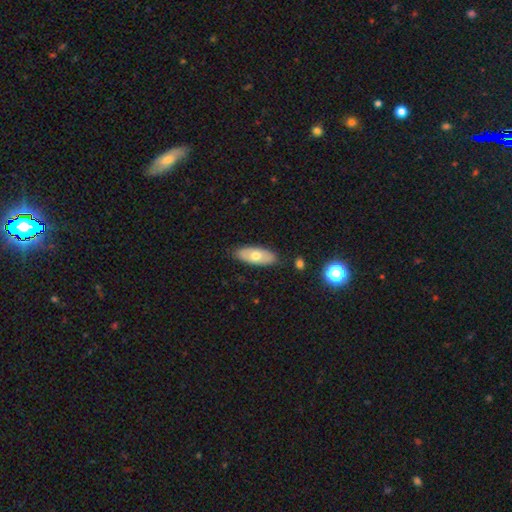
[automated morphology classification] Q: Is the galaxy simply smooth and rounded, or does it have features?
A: smooth — 61%.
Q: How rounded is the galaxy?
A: in between — 83%.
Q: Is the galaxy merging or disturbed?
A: none — 85%.